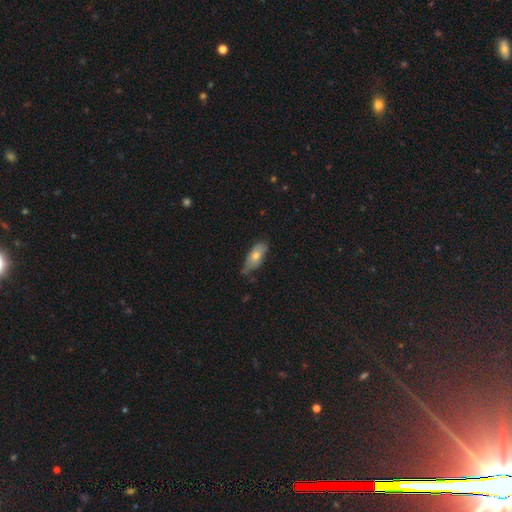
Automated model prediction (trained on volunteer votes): This appears to be a smooth galaxy with no disk features (66%) that is in between round and cigar-shaped (80%). Merging: none (51%).